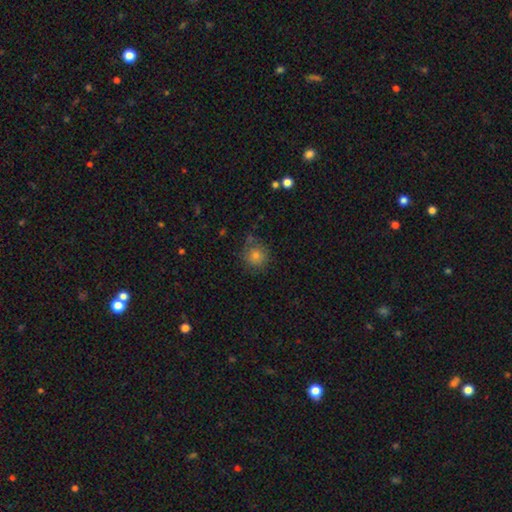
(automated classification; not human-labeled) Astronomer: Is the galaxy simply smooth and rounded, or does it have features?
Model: smooth — 73%.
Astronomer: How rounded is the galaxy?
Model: round — 89%.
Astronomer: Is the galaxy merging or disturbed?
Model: none — 72%.